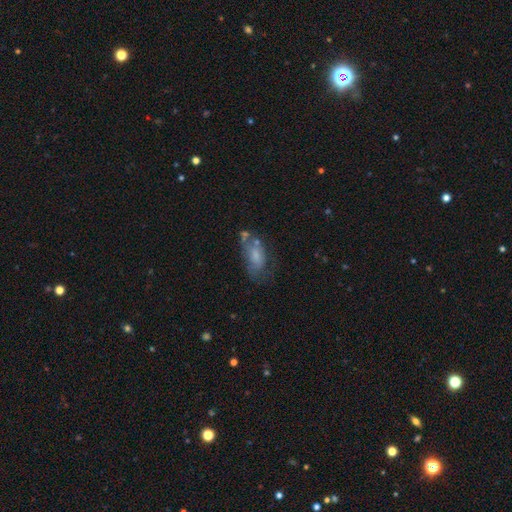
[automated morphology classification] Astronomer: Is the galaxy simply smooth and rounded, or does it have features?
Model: smooth — 55% (runner-up: featured or disk, 35%).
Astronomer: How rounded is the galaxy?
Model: in between — 86%.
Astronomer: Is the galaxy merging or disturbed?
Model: none — 38% (runner-up: minor disturbance, 26%).